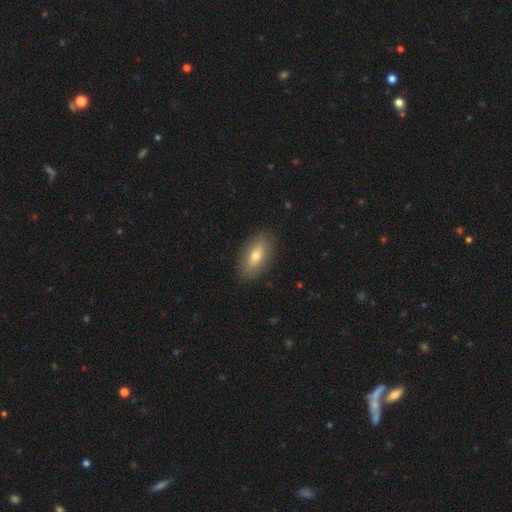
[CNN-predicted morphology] Q: Smooth or featured?
A: smooth (71%); runner-up: featured or disk (21%)
Q: How rounded?
A: in between (85%); runner-up: cigar-shaped (10%)
Q: Merging?
A: none (88%); runner-up: minor disturbance (9%)